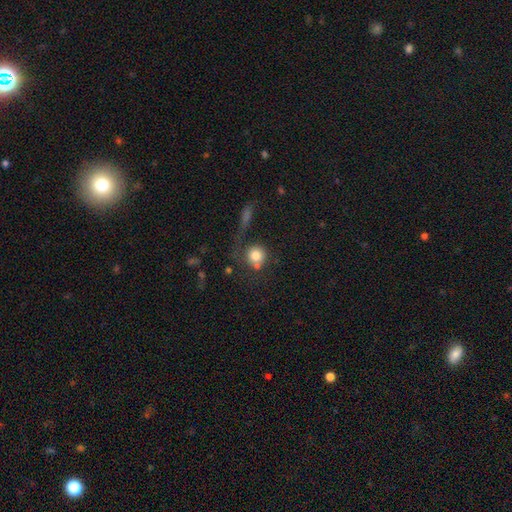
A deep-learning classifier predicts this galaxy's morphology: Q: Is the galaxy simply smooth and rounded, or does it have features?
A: smooth — 77%.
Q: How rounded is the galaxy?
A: round — 89%.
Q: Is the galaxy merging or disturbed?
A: none — 49%.